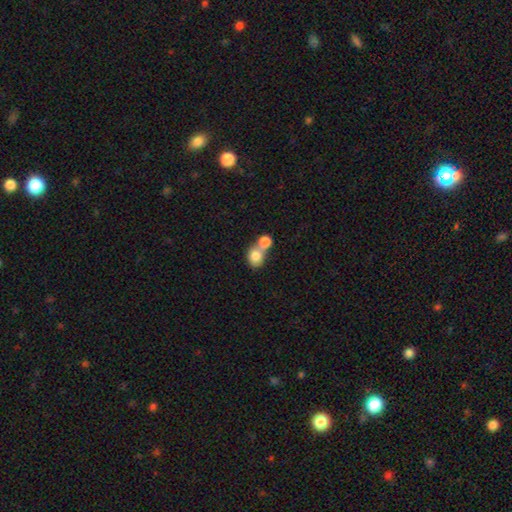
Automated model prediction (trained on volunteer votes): smooth 81%, featured or disk 11%, star or artifact 8%. Down the decision tree: how rounded — round (67%); merging — merger (65%).